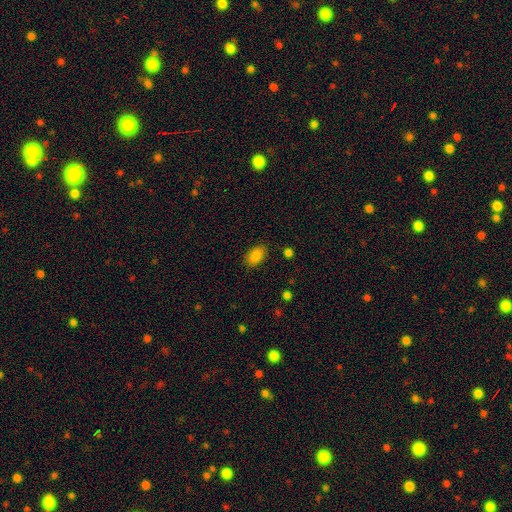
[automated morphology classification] smooth-or-featured: smooth: 86% | star or artifact: 9% | featured or disk: 5%
  how-rounded: in between: 90% | round: 9% | cigar-shaped: 2%
  merging: none: 85% | minor disturbance: 11% | major disturbance: 3% | merger: 1%